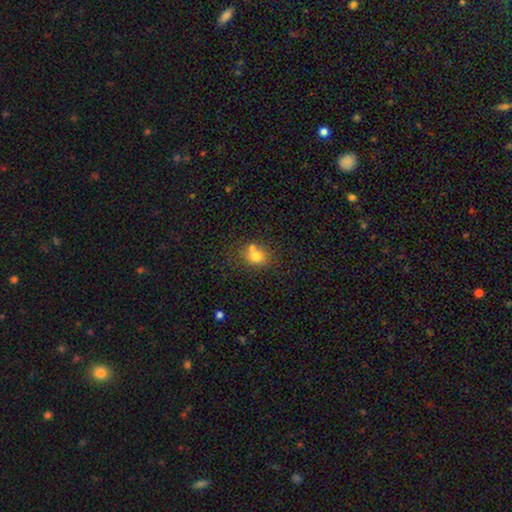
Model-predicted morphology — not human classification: Smooth or featured: smooth — 74% (featured or disk — 14%)
How rounded: round — 63% (in between — 36%)
Merging: none — 53% (merger — 31%)